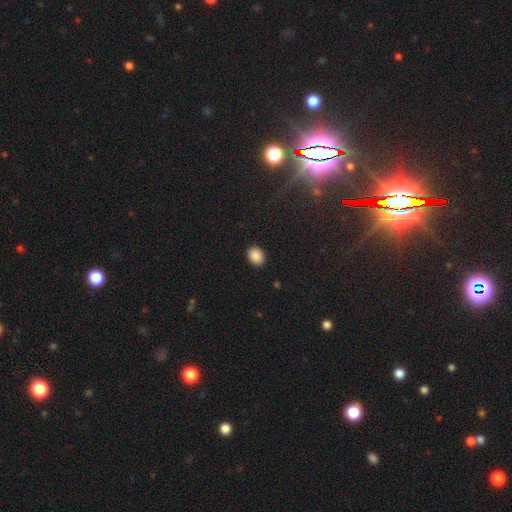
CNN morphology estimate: A smooth galaxy with no disk features (89%) that is in between round and cigar-shaped (64%).

Vote fractions:
- Smooth or featured? smooth: 89% / star or artifact: 8% / featured or disk: 3%
- How rounded? in between: 64% / round: 35% / cigar-shaped: 1%
- Merging? none: 90% / minor disturbance: 7% / major disturbance: 2% / merger: 1%